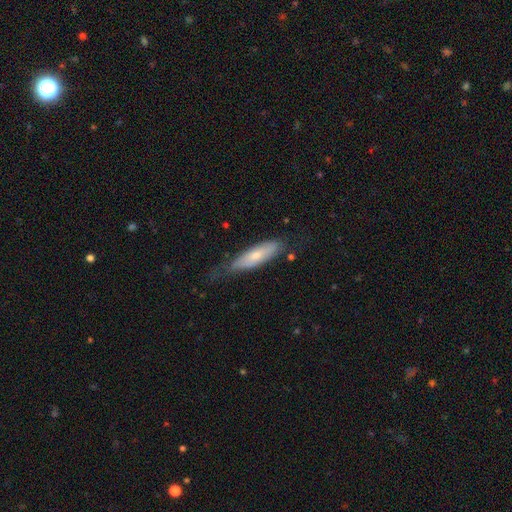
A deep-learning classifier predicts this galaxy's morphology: The model was most divided on "how rounded": cigar-shaped: 55%, in between: 44%, round: 2%. More confident: smooth or featured — smooth (59%); merging — none (56%).